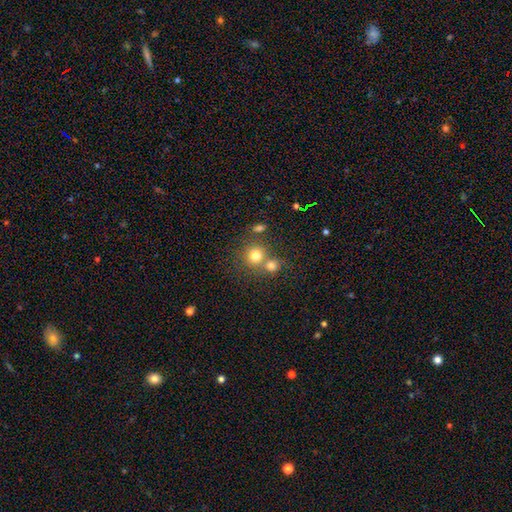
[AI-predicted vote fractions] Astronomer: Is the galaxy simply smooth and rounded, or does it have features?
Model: smooth — 76%.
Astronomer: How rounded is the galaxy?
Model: round — 87%.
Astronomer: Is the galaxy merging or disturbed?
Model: none — 52% (runner-up: merger, 37%).